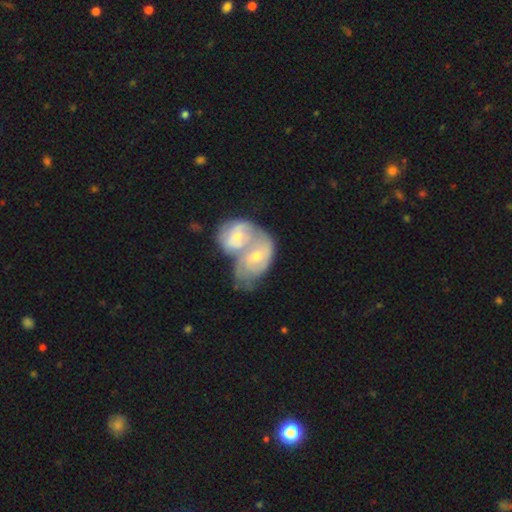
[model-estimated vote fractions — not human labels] Smooth or featured?
  - featured or disk: 68% *
  - smooth: 26%
  - star or artifact: 6%
Edge-on disk?
  - no: 96% *
  - yes: 4%
Bar?
  - no: 64% *
  - weak: 30%
  - strong: 6%
Spiral arms?
  - yes: 79% *
  - no: 21%
Spiral winding?
  - tight: 50% *
  - medium: 36%
  - loose: 14%
Spiral arm count?
  - can't tell: 45% *
  - 2: 31%
  - 3: 11%
  - 1: 7%
  - 4: 4%
  - more than 4: 3%
Bulge size?
  - small: 47% *
  - moderate: 46%
  - none: 3%
  - large: 3%
  - dominant: 1%
Merging?
  - merger: 79% *
  - none: 11%
  - minor disturbance: 6%
  - major disturbance: 4%